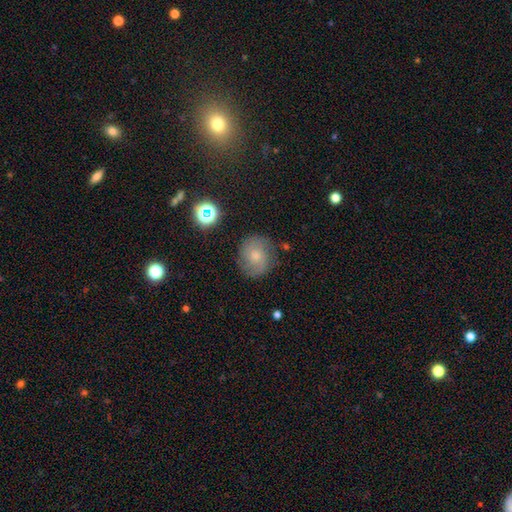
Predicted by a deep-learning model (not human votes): Smooth or featured?
  - featured or disk: 48% *
  - smooth: 39%
  - star or artifact: 13%
Merging?
  - none: 77% *
  - minor disturbance: 16%
  - major disturbance: 5%
  - merger: 2%